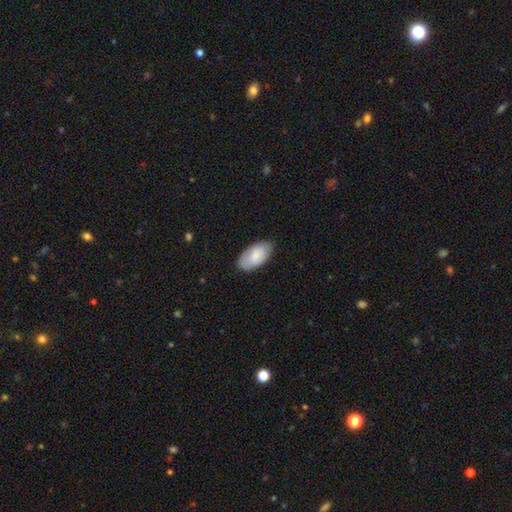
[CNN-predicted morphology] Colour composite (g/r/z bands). It shows a smooth galaxy with no disk features (80%) that is in between round and cigar-shaped (96%). Merging: none (79%).